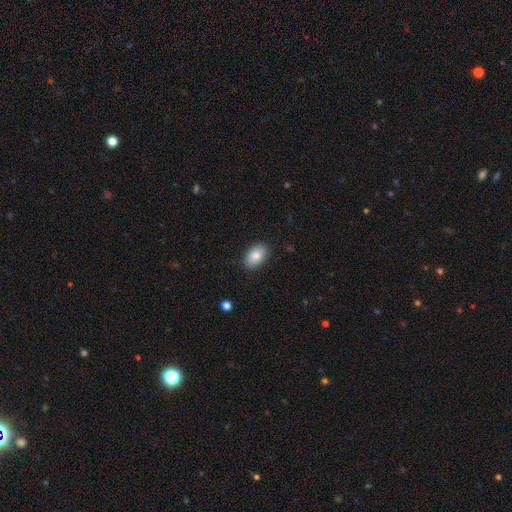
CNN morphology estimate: smooth-or-featured: smooth: 83% | featured or disk: 10% | star or artifact: 7%
  how-rounded: in between: 91% | round: 8% | cigar-shaped: 1%
  merging: none: 87% | minor disturbance: 10% | major disturbance: 2% | merger: 1%